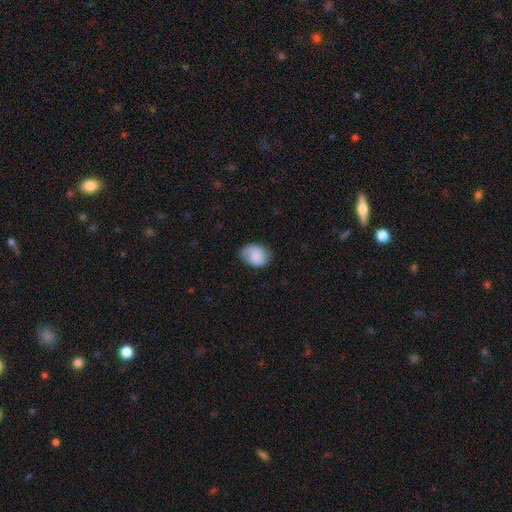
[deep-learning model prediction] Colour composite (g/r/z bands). It shows a smooth galaxy with no disk features (75%) that is in between round and cigar-shaped (71%). Merging: none (64%).